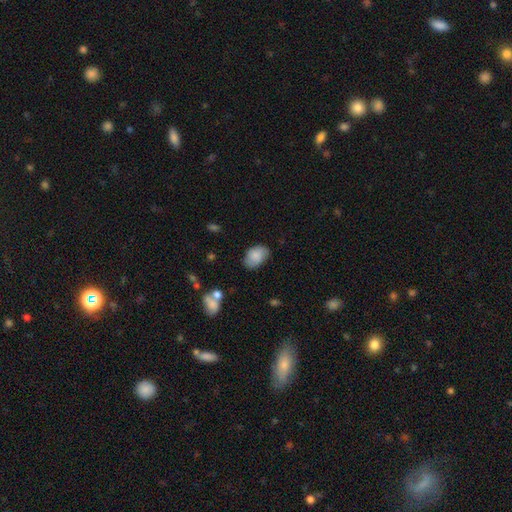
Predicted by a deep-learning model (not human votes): Smooth or featured? smooth (82%)
How rounded? in between (85%)
Merging? none (71%)